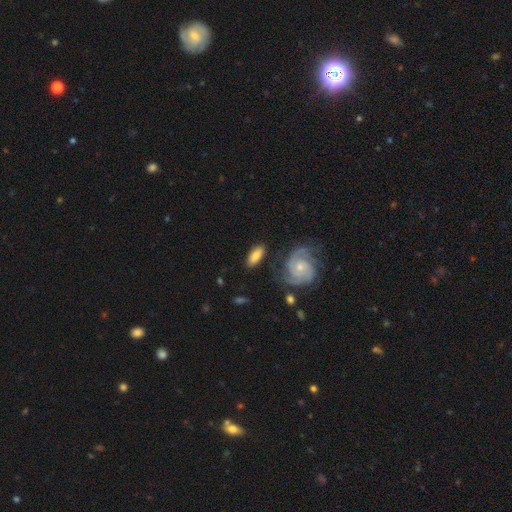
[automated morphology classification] Smooth or featured? Predicted: smooth (p=0.61). How rounded? Predicted: in between (p=0.76). Merging? Predicted: none (p=0.75).